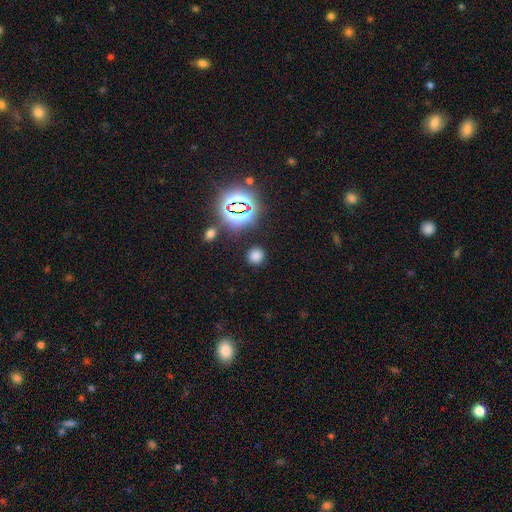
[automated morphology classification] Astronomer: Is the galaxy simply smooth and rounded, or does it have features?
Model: smooth — 71%.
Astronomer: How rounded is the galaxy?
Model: round — 88%.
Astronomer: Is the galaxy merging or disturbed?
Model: none — 88%.